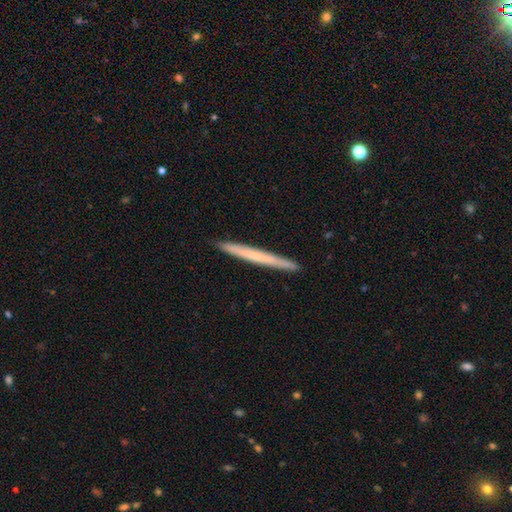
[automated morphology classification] smooth-or-featured: smooth: 51% | featured or disk: 43% | star or artifact: 6%
  how-rounded: cigar-shaped: 97% | in between: 1% | round: 1%
  merging: none: 93% | minor disturbance: 5% | major disturbance: 1% | merger: 1%